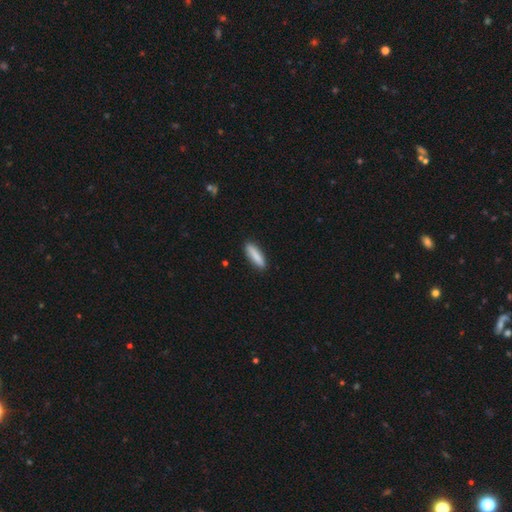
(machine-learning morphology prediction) Smooth or featured? Predicted: smooth (p=0.86). How rounded? Predicted: cigar-shaped (p=0.70). Merging? Predicted: none (p=0.89).